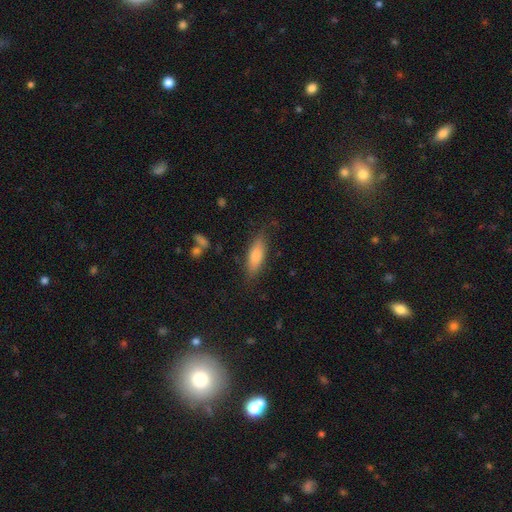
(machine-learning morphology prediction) Smooth or featured? Predicted: smooth (p=0.75). How rounded? Predicted: in between (p=0.56). Merging? Predicted: none (p=0.79).